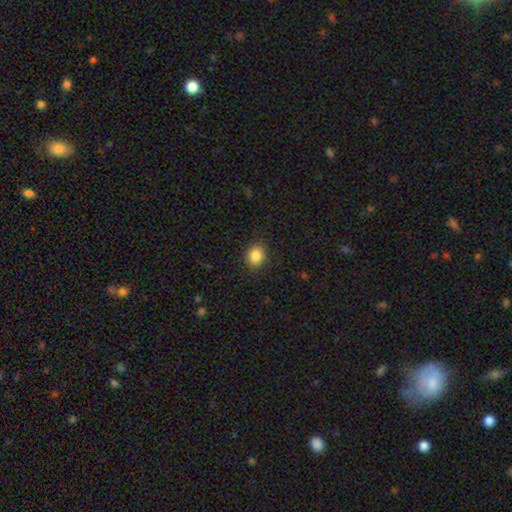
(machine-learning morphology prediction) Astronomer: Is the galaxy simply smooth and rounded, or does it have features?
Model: smooth — 87%.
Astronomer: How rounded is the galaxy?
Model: round — 57% (runner-up: in between, 43%).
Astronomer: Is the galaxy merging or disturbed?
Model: none — 89%.